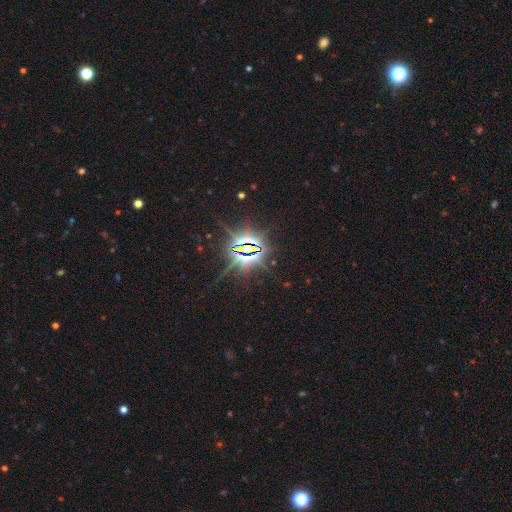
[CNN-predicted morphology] A star or artifact, not a galaxy (85%).